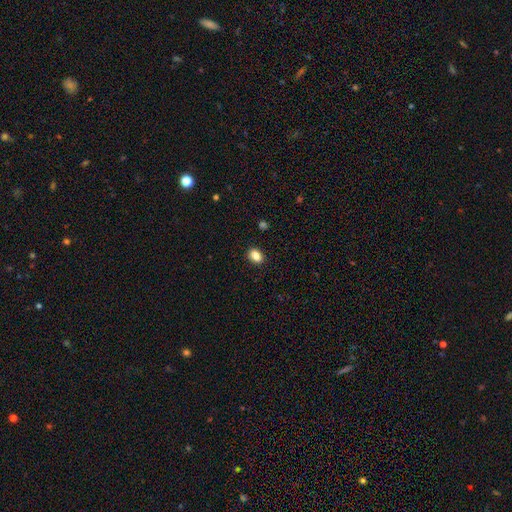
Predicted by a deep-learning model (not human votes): smooth 85%, star or artifact 10%, featured or disk 5%. Down the decision tree: how rounded — in between (75%); merging — none (90%).